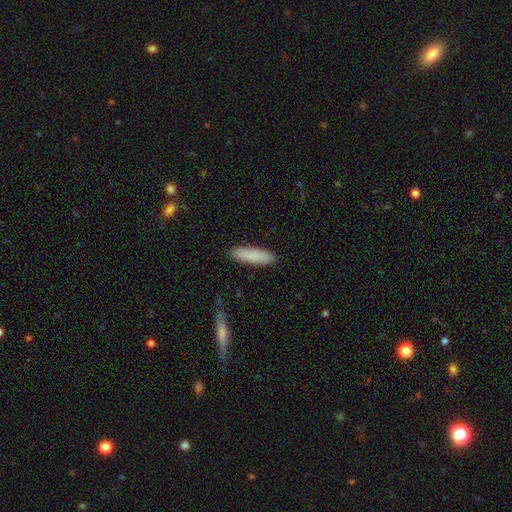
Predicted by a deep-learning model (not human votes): A smooth galaxy with no disk features (87%) that is cigar-shaped (64%). Merging: none (89%).